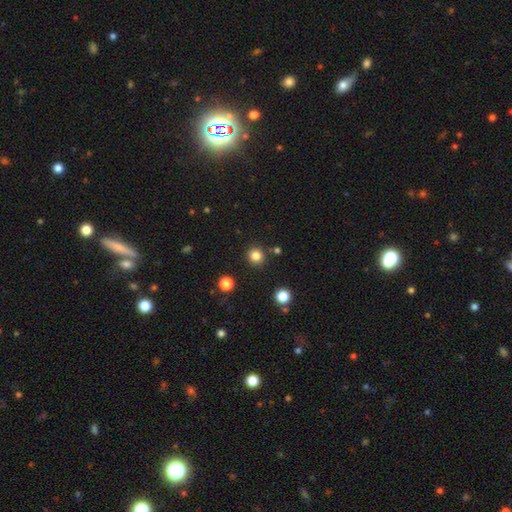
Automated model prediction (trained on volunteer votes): A smooth galaxy with no disk features (82%) that is round (93%). Merging: none (88%).